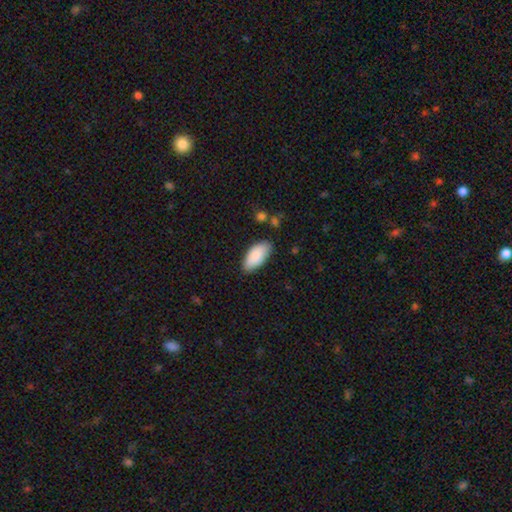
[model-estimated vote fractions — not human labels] A smooth galaxy with no disk features (88%) that is in between round and cigar-shaped (92%). Merging: none (81%).